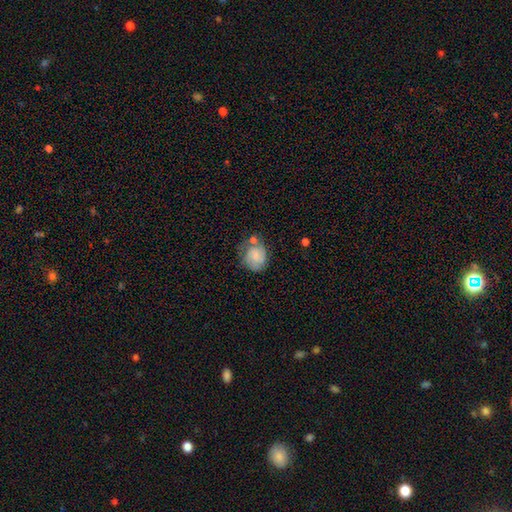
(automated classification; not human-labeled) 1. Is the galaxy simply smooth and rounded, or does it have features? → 62% smooth, 30% featured or disk, 8% star or artifact.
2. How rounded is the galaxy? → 65% round, 34% in between, 1% cigar-shaped.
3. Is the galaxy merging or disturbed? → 45% none, 27% minor disturbance, 16% merger, 12% major disturbance.